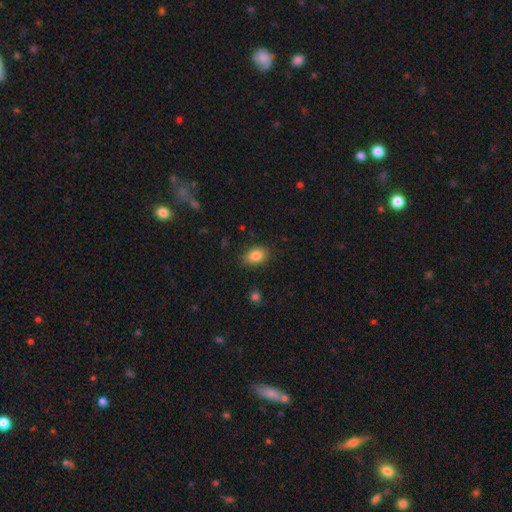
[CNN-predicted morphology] Smooth or featured? Predicted: smooth (p=0.85). How rounded? Predicted: in between (p=0.84). Merging? Predicted: none (p=0.85).